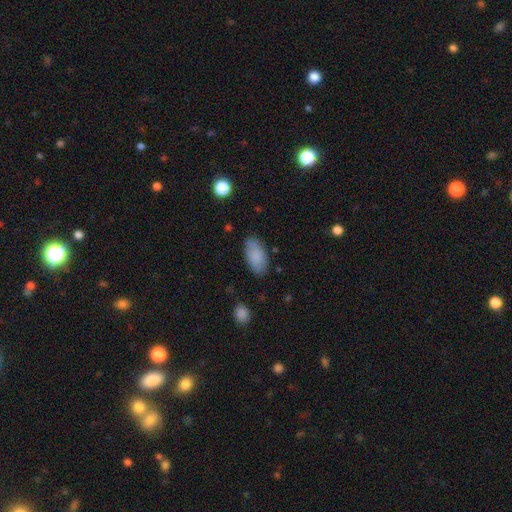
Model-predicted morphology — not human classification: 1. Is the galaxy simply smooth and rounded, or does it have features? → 86% smooth, 8% featured or disk, 7% star or artifact.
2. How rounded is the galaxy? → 94% in between, 4% cigar-shaped, 3% round.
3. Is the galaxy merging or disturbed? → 80% none, 15% minor disturbance, 4% major disturbance, 2% merger.